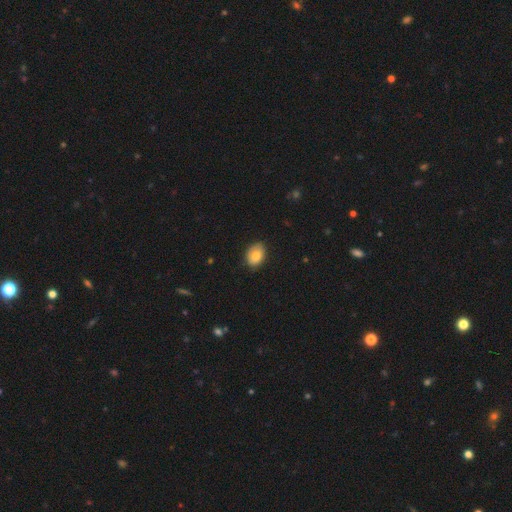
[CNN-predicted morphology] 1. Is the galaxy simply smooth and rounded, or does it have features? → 80% smooth, 12% featured or disk, 8% star or artifact.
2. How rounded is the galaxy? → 78% in between, 21% round, 1% cigar-shaped.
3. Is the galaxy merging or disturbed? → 76% none, 20% minor disturbance, 3% major disturbance, 1% merger.